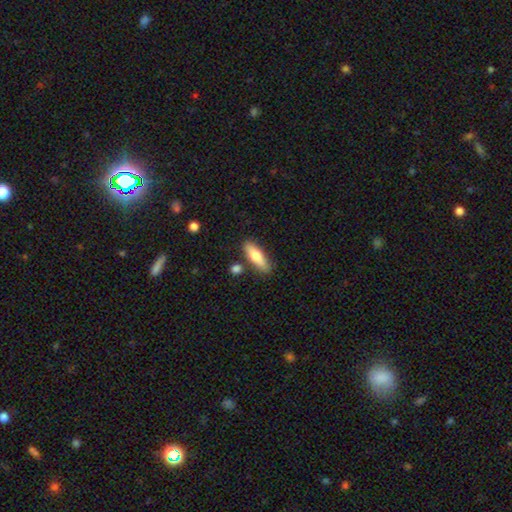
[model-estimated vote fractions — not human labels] Smooth or featured? smooth (69%)
How rounded? cigar-shaped (56%)
Merging? none (79%)